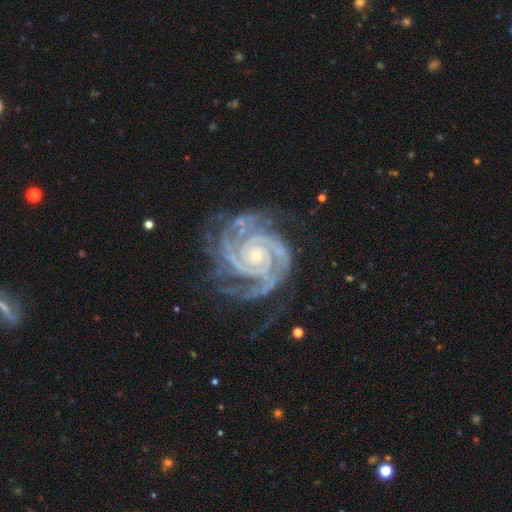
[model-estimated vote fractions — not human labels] smooth-or-featured: featured or disk: 93% | star or artifact: 5% | smooth: 2%
  disk-edge-on: no: 98% | yes: 2%
    bar: no: 75% | weak: 15% | strong: 10%
    has-spiral-arms: yes: 99% | no: 1%
      spiral-winding: tight: 82% | medium: 16% | loose: 2%
      spiral-arm-count: 2: 34% | 3: 27% | 4: 15% | can't tell: 9% | more than 4: 8% | 1: 7%
    bulge-size: small: 78% | moderate: 19% | none: 1% | large: 1% | dominant: 1%
  merging: none: 67% | minor disturbance: 21% | major disturbance: 10% | merger: 2%